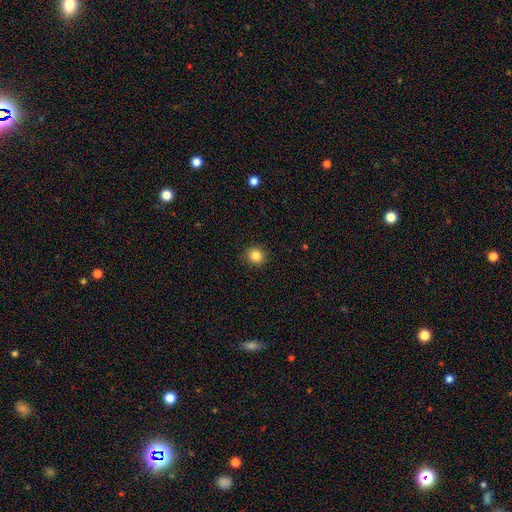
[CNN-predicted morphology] Overall: smooth (84%). How rounded: round (93%). Merging: none (90%).